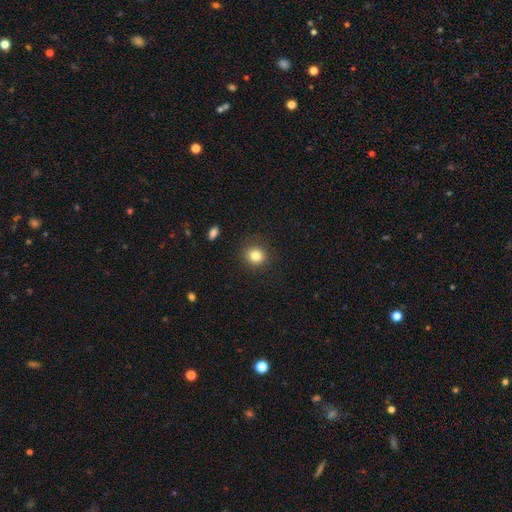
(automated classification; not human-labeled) Overall: smooth (82%). How rounded: round (86%). Merging: none (88%).